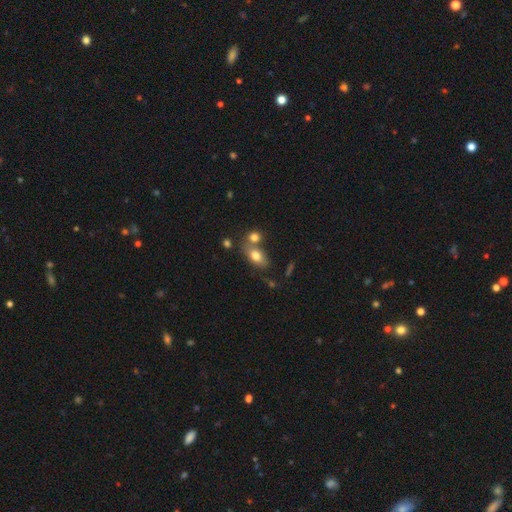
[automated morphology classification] Smooth or featured? smooth (76%)
How rounded? in between (81%)
Merging? none (51%)